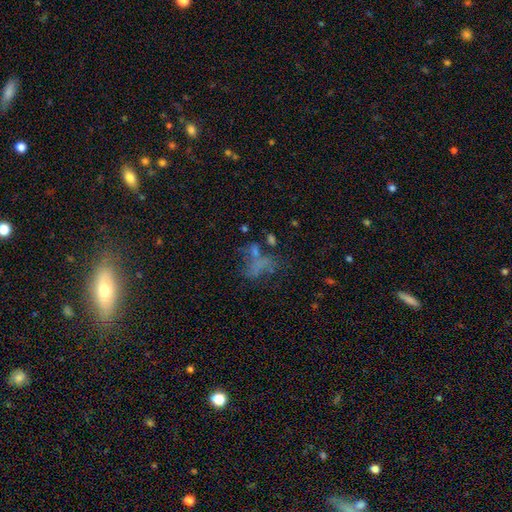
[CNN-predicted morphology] Smooth or featured? smooth (38%)
Merging? none (34%)